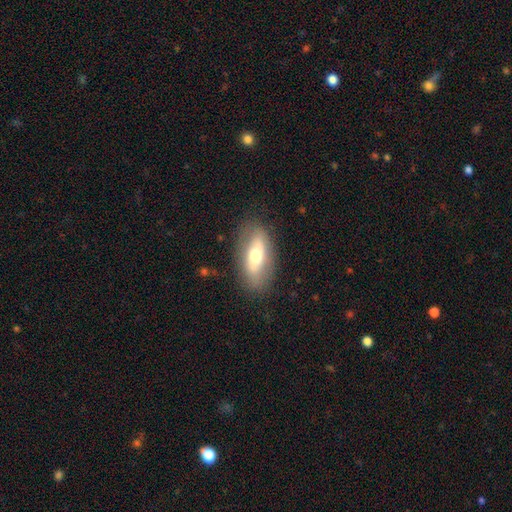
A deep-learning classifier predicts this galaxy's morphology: This is possibly a smooth galaxy (54%). How rounded: clearly in between (82%). Merging: clearly none (82%).